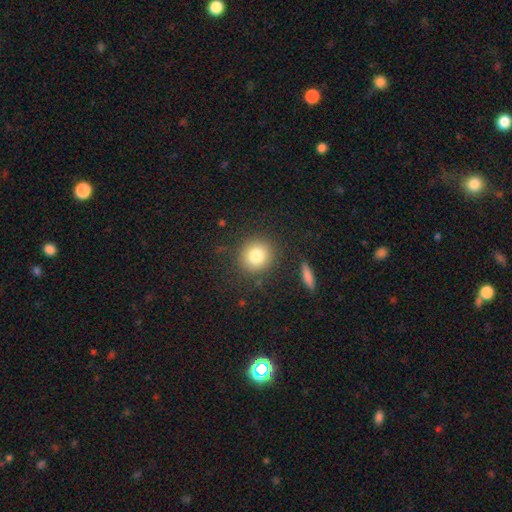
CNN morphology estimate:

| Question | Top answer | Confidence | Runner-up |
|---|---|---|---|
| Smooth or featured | smooth | 79% | star or artifact (13%) |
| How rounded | round | 90% | in between (9%) |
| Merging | none | 89% | minor disturbance (7%) |